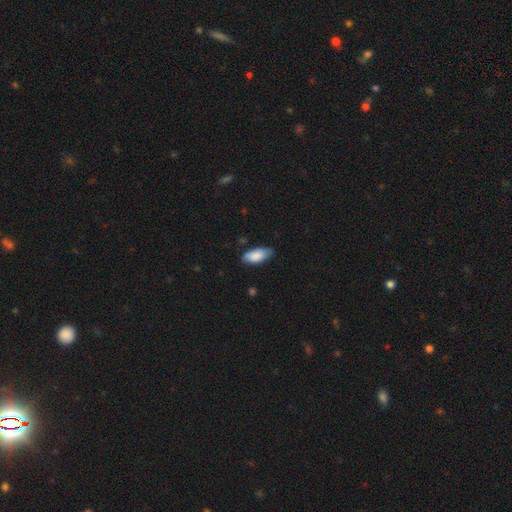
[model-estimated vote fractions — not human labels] smooth 86%, featured or disk 9%, star or artifact 6%. Down the decision tree: how rounded — in between (88%); merging — none (76%).